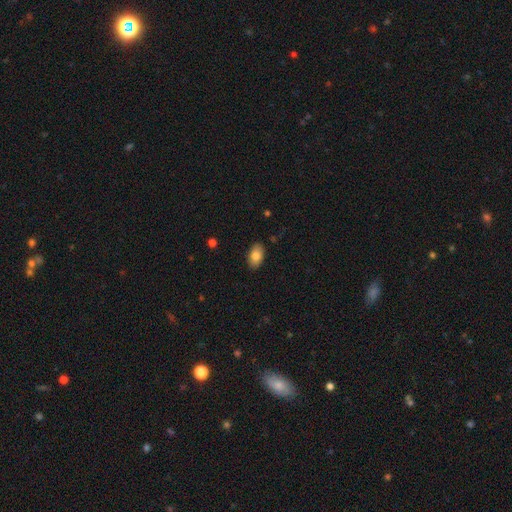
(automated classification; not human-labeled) Smooth or featured? smooth (84%)
How rounded? in between (93%)
Merging? none (88%)